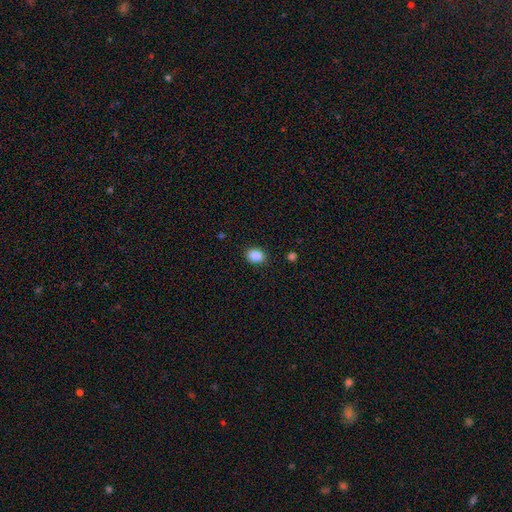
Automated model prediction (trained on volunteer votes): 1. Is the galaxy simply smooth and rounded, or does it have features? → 87% smooth, 9% star or artifact, 4% featured or disk.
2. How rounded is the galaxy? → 54% in between, 45% round, 1% cigar-shaped.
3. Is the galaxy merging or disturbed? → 88% none, 9% minor disturbance, 2% major disturbance, 1% merger.